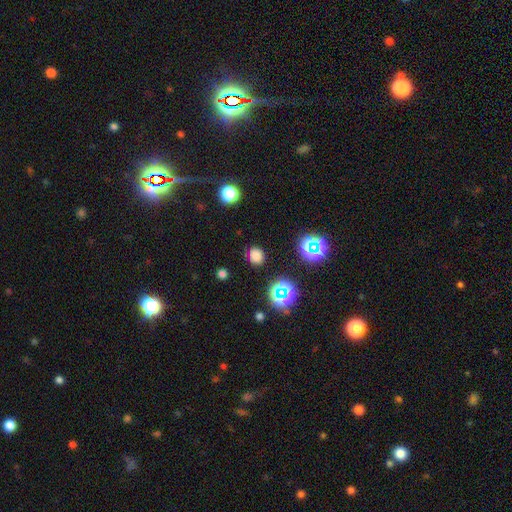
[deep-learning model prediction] A smooth galaxy with no disk features (71%) that is round (74%).

Vote fractions:
- Smooth or featured? smooth: 71% / star or artifact: 23% / featured or disk: 6%
- How rounded? round: 74% / in between: 25% / cigar-shaped: 1%
- Merging? none: 81% / minor disturbance: 13% / major disturbance: 4% / merger: 2%